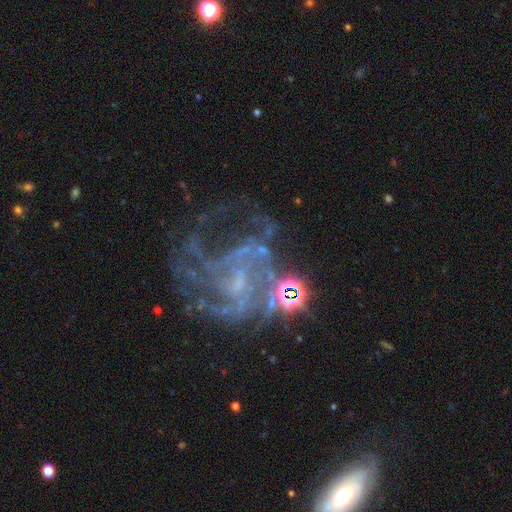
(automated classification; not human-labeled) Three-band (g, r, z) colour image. It shows a featured or disk galaxy (77%) with no bar (51%), medium (45%) spiral arms (82%) and a small central bulge (44%). Merging: none (40%).